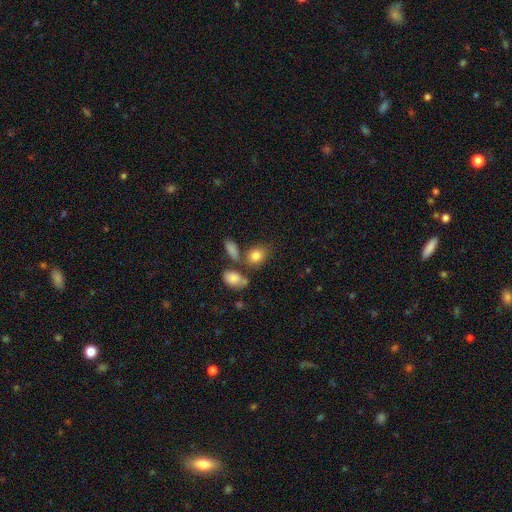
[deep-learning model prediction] A smooth galaxy with no disk features (82%) that is in between round and cigar-shaped (64%). Merging: none (56%).